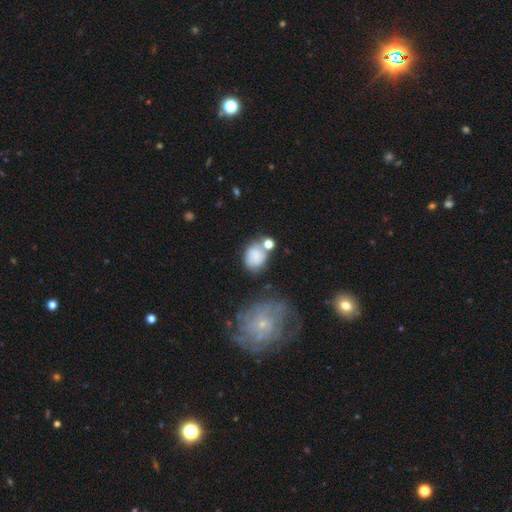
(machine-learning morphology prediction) Smooth or featured? smooth (70%)
How rounded? round (52%)
Merging? none (44%)